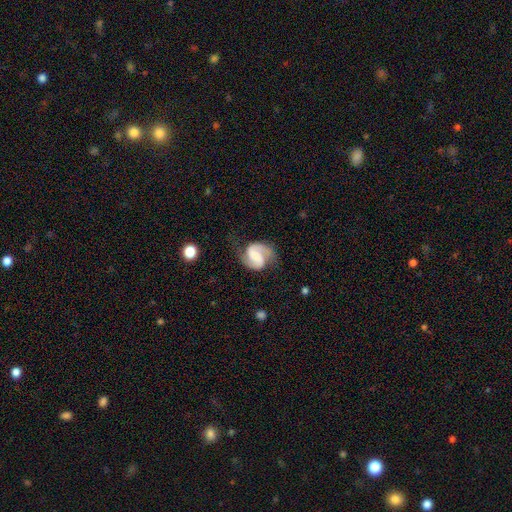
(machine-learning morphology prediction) Overall: featured or disk (86%). Edge-on disk: no (98%). Bar: weak (41%; strong 32%). Spiral arms: yes (97%). Spiral arm count: 2 (92%). Spiral winding: medium (53%; loose 25%). Bulge size: none (48%; small 21%). Merging: none (69%).